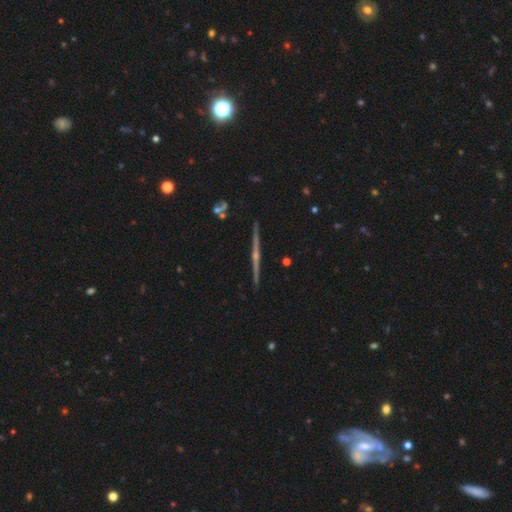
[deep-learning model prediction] Smooth or featured?
  - featured or disk: 86% *
  - smooth: 8%
  - star or artifact: 6%
Edge-on disk?
  - yes: 99% *
  - no: 1%
Edge-on bulge?
  - rounded: 86% *
  - none: 9%
  - boxy: 5%
Merging?
  - none: 92% *
  - minor disturbance: 5%
  - merger: 1%
  - major disturbance: 1%